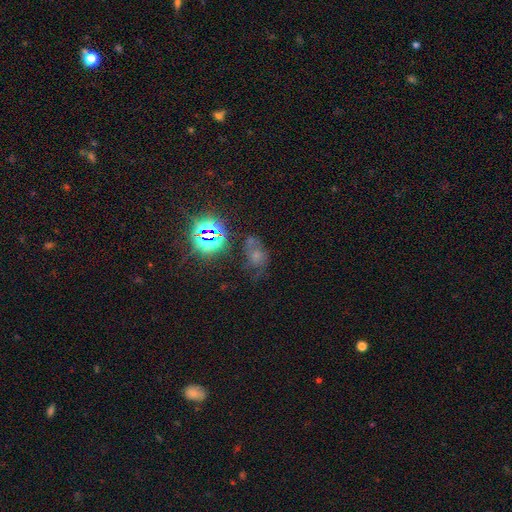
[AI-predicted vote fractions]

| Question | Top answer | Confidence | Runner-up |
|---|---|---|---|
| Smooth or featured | smooth | 38% | star or artifact (37%) |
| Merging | none | 41% | minor disturbance (24%) |